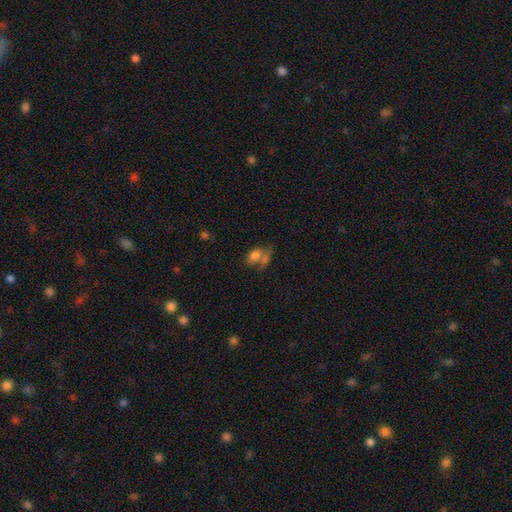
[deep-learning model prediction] smooth-or-featured: smooth: 73% | featured or disk: 15% | star or artifact: 12%
  how-rounded: in between: 81% | round: 16% | cigar-shaped: 3%
  merging: merger: 50% | none: 27% | minor disturbance: 13% | major disturbance: 11%